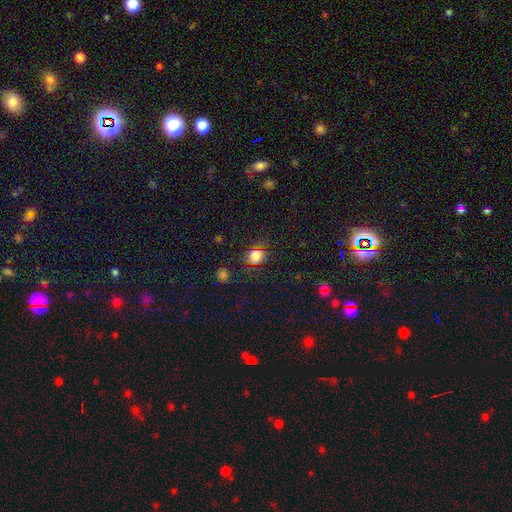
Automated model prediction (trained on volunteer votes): This appears to be a smooth galaxy with no disk features (70%) that is round (76%). Merging: none (82%).